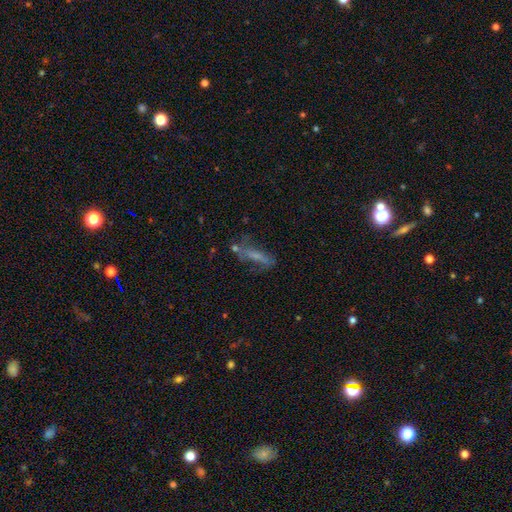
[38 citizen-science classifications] A featured or disk galaxy (55%) viewed edge-on (52%) with no central bulge (64%).

Vote fractions:
- Smooth or featured? featured or disk: 55% / smooth: 37% / star or artifact: 8%
- Edge-on disk? yes: 52% / no: 48%
- Edge-on bulge? none: 64% / rounded: 36% / boxy: 0%
- Merging? none: 54% / major disturbance: 26% / minor disturbance: 20% / merger: 0%